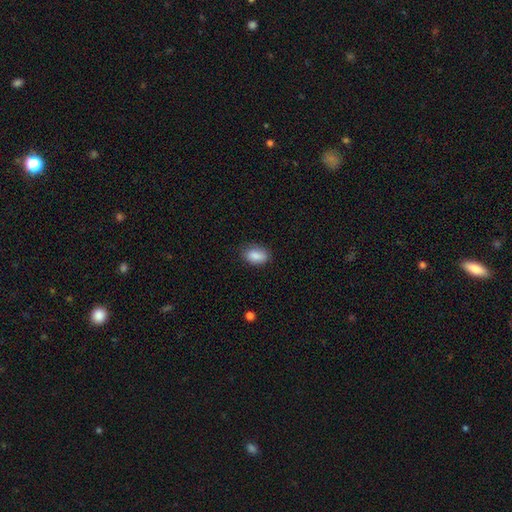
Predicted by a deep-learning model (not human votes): smooth-or-featured: smooth: 86% | star or artifact: 7% | featured or disk: 7%
  how-rounded: in between: 88% | round: 10% | cigar-shaped: 2%
  merging: none: 76% | minor disturbance: 19% | major disturbance: 4% | merger: 1%